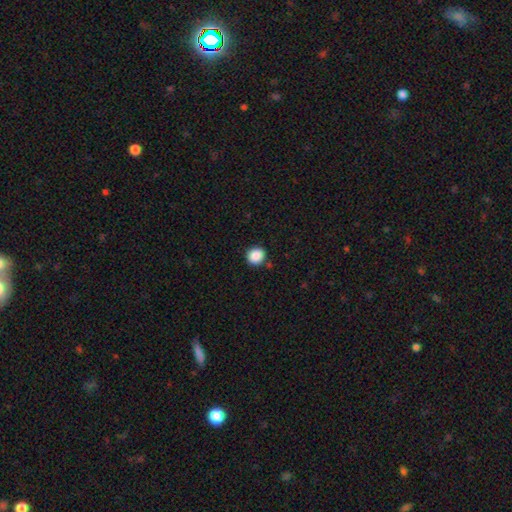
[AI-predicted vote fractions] Smooth or featured: smooth — 88% (star or artifact — 9%)
How rounded: round — 87% (in between — 13%)
Merging: none — 89% (minor disturbance — 7%)